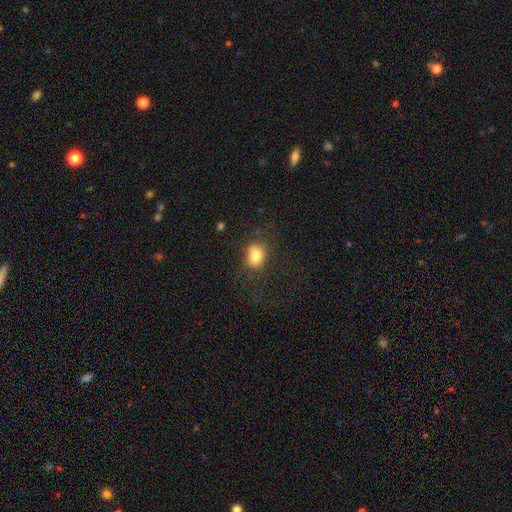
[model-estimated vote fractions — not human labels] This appears to be a smooth galaxy with no disk features (81%) that is in between round and cigar-shaped (51%). Merging: none (75%).